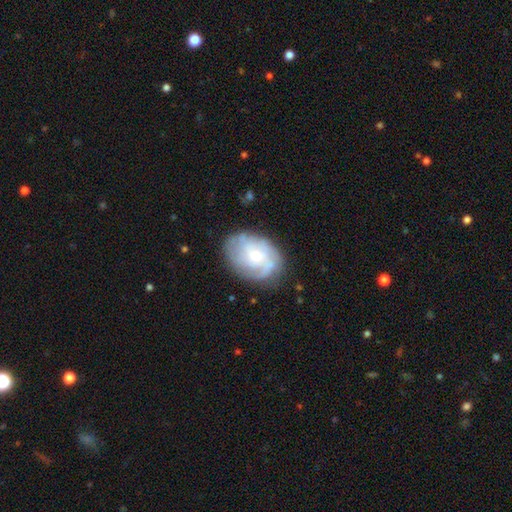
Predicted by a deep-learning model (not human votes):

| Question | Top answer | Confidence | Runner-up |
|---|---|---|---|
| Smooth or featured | featured or disk | 66% | smooth (27%) |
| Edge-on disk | no | 96% | yes (4%) |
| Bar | no | 73% | weak (23%) |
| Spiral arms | yes | 82% | no (18%) |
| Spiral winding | tight | 51% | medium (34%) |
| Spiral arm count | can't tell | 47% | 2 (19%) |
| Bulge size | small | 50% | moderate (43%) |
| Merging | none | 70% | minor disturbance (20%) |